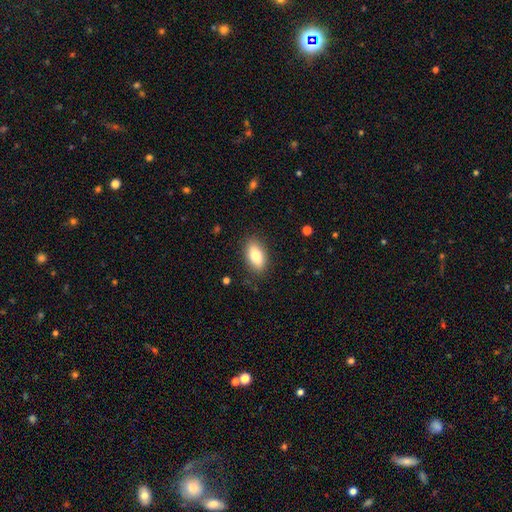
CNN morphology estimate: This appears to be a smooth galaxy with no disk features (83%) that is in between round and cigar-shaped (90%). Merging: none (85%).